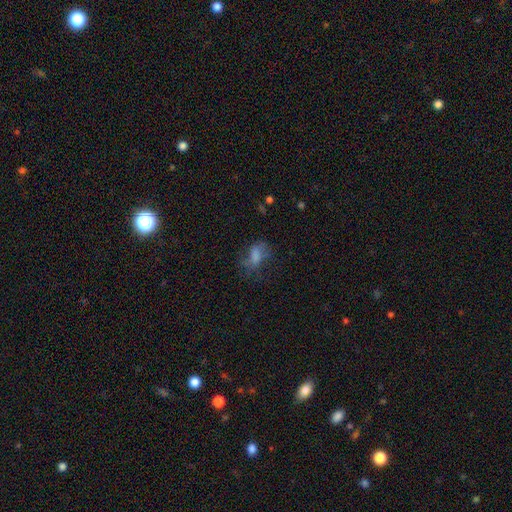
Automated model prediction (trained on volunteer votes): A smooth galaxy with no disk features (57%) that is in between round and cigar-shaped (83%).

Vote fractions:
- Smooth or featured? smooth: 57% / featured or disk: 30% / star or artifact: 13%
- How rounded? in between: 83% / round: 11% / cigar-shaped: 6%
- Merging? none: 41% / major disturbance: 32% / minor disturbance: 24% / merger: 3%